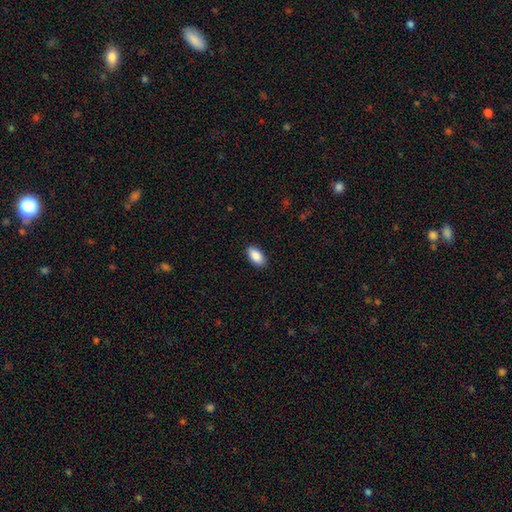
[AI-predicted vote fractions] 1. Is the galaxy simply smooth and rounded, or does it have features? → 89% smooth, 7% star or artifact, 5% featured or disk.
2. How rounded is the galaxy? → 94% in between, 4% cigar-shaped, 3% round.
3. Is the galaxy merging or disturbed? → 89% none, 8% minor disturbance, 2% major disturbance, 1% merger.